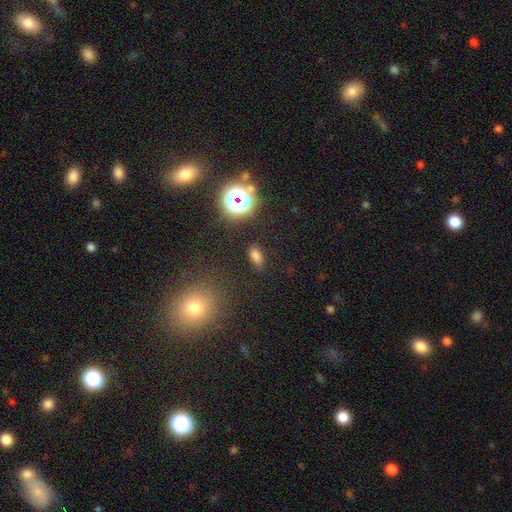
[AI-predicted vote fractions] This appears to be a smooth galaxy with no disk features (71%) that is in between round and cigar-shaped (81%). Merging: none (85%).